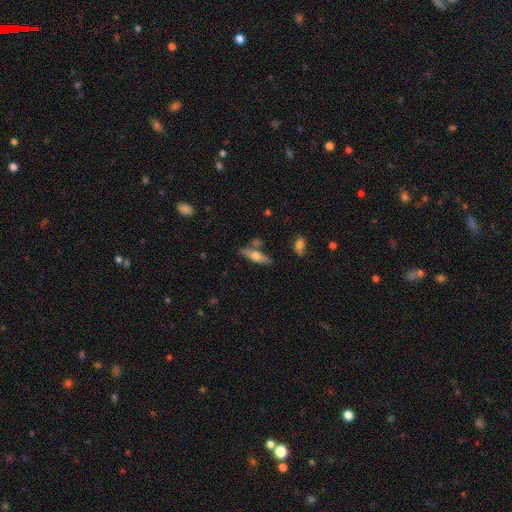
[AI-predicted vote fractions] Q: Smooth or featured?
A: smooth (47%); runner-up: featured or disk (46%)
Q: Merging?
A: none (75%); runner-up: minor disturbance (13%)